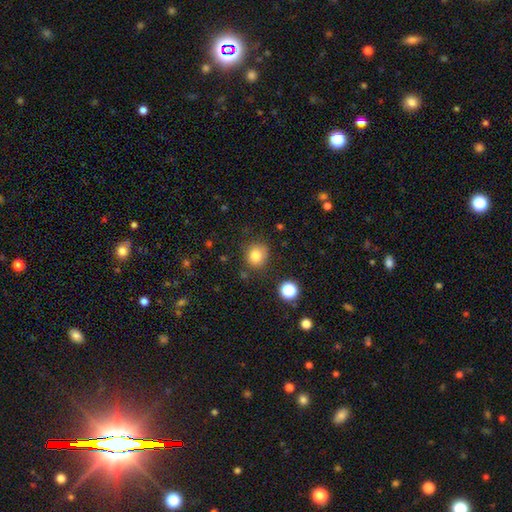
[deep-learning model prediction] Smooth or featured: smooth — 82% (star or artifact — 11%)
How rounded: round — 81% (in between — 18%)
Merging: none — 77% (minor disturbance — 15%)